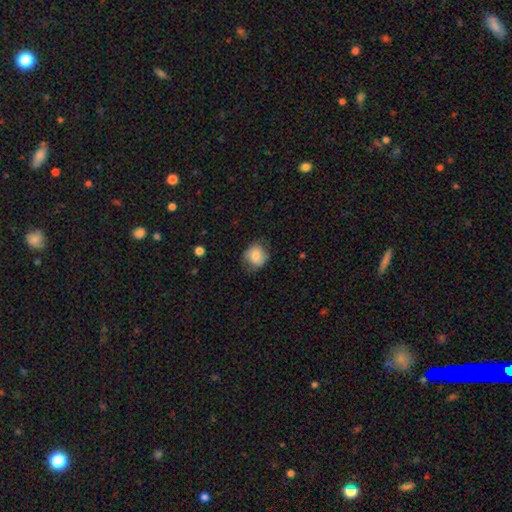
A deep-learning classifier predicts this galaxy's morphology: A smooth galaxy with no disk features (75%) that is round (75%).

Vote fractions:
- Smooth or featured? smooth: 75% / featured or disk: 17% / star or artifact: 8%
- How rounded? round: 75% / in between: 24% / cigar-shaped: 1%
- Merging? none: 68% / minor disturbance: 24% / major disturbance: 7% / merger: 1%